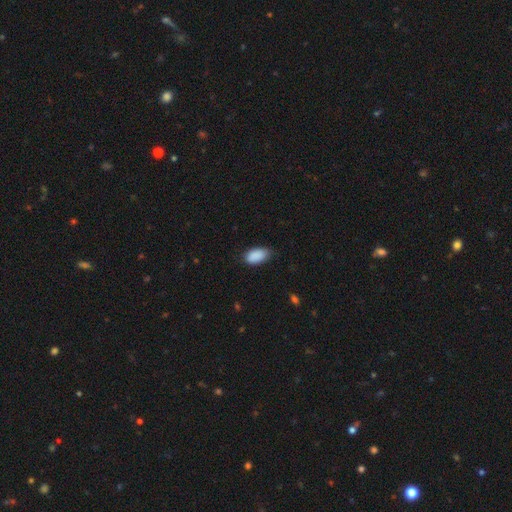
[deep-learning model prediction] Morphology: type=smooth (90%); roundness=in between (94%); merging=none (72%).